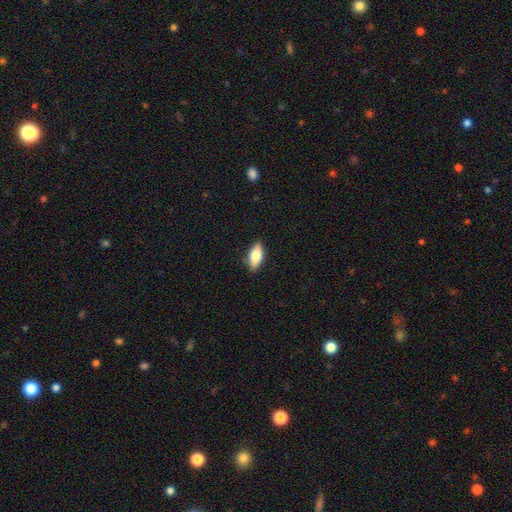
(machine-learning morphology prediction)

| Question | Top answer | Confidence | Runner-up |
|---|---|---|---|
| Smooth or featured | smooth | 72% | featured or disk (22%) |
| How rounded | in between | 81% | cigar-shaped (16%) |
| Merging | none | 87% | minor disturbance (10%) |